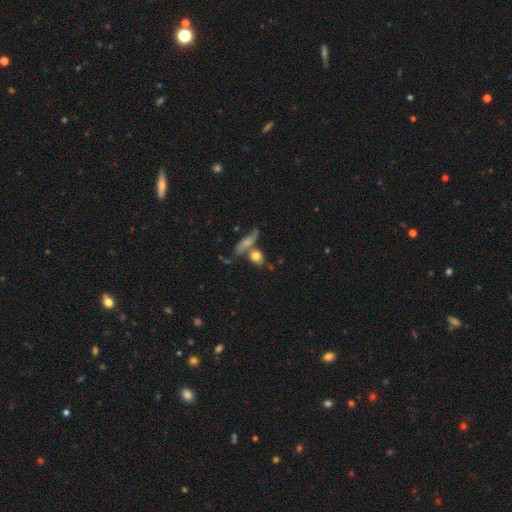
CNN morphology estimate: Smooth or featured?
  - smooth: 73% *
  - featured or disk: 17%
  - star or artifact: 10%
How rounded?
  - round: 55% *
  - in between: 36%
  - cigar-shaped: 8%
Merging?
  - none: 49% *
  - merger: 31%
  - minor disturbance: 13%
  - major disturbance: 6%